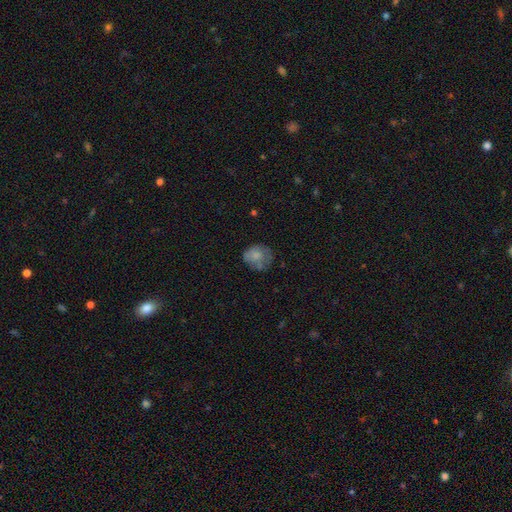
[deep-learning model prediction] A smooth galaxy with no disk features (68%) that is round (68%).

Vote fractions:
- Smooth or featured? smooth: 68% / featured or disk: 22% / star or artifact: 10%
- How rounded? round: 68% / in between: 32% / cigar-shaped: 1%
- Merging? none: 51% / minor disturbance: 28% / major disturbance: 17% / merger: 4%